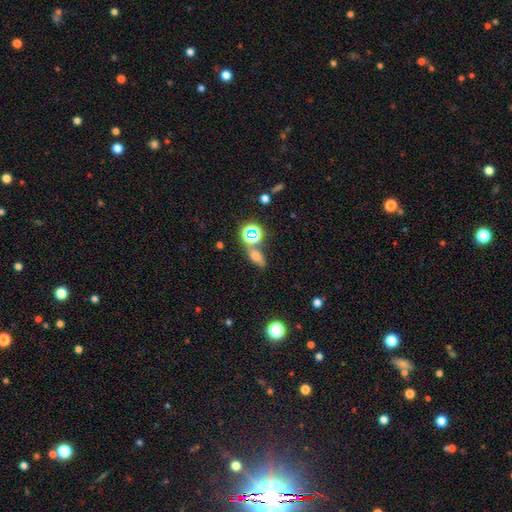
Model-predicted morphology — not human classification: Overall: smooth (54%; star or artifact 28%). How rounded: in between (62%). Merging: none (63%).